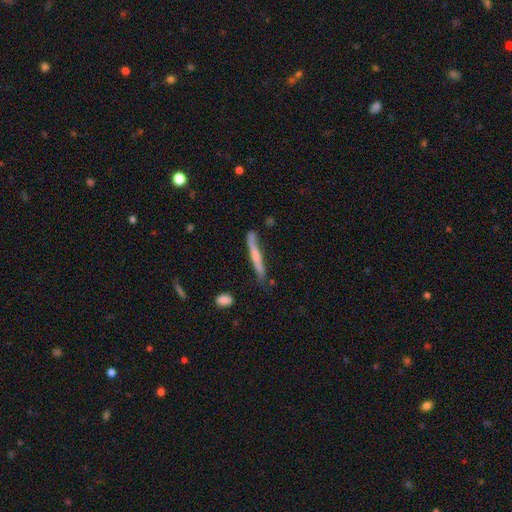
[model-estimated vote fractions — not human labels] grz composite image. It shows a smooth galaxy with no disk features (51%) that is cigar-shaped (95%). Merging: none (68%).